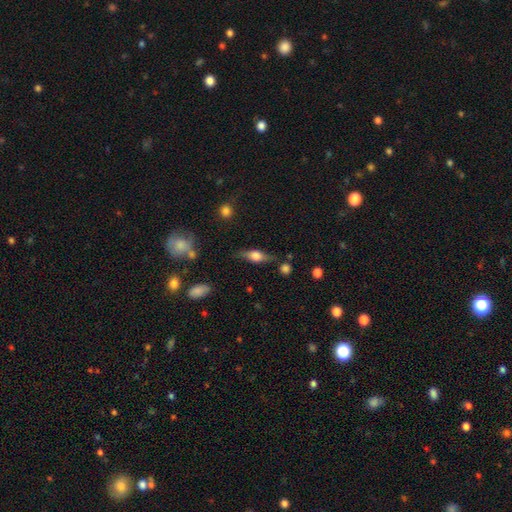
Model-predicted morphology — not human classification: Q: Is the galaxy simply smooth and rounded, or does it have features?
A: featured or disk — 53%.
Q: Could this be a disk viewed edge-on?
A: yes — 91%.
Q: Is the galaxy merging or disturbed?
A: none — 77%.